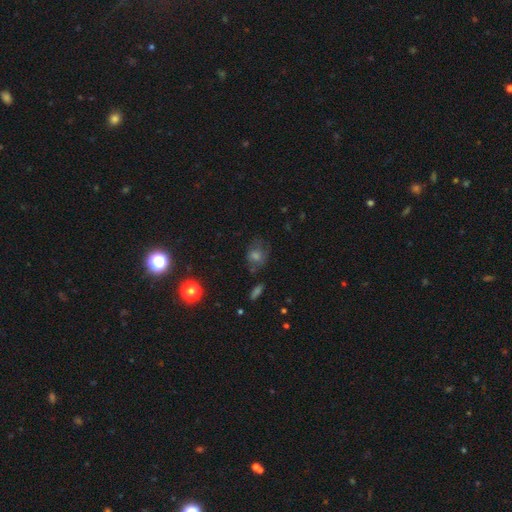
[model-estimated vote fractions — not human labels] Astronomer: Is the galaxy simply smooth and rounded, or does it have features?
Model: smooth — 45% (runner-up: star or artifact, 31%).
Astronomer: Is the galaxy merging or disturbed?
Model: none — 67%.